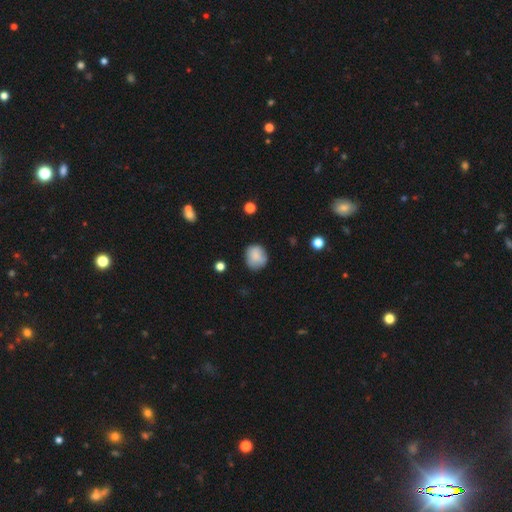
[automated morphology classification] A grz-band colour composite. It shows a smooth galaxy with no disk features (84%) that is round (78%). Merging: none (76%).